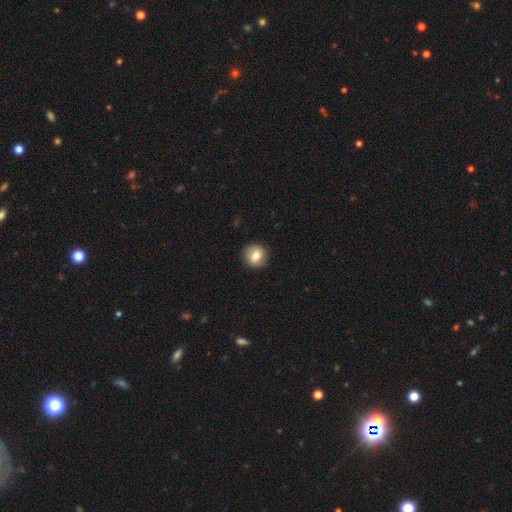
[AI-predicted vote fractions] smooth 76%, featured or disk 16%, star or artifact 8%. Down the decision tree: how rounded — round (86%); merging — none (88%).